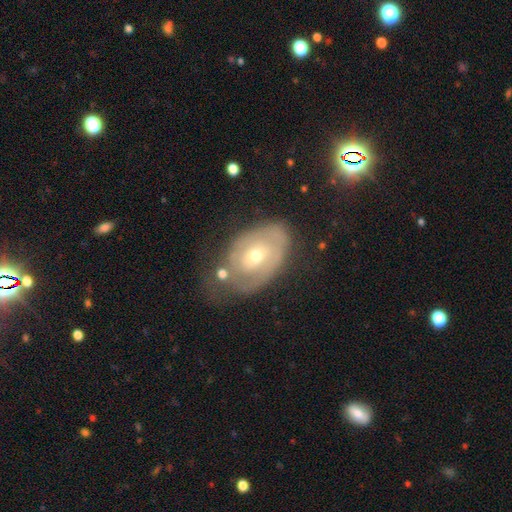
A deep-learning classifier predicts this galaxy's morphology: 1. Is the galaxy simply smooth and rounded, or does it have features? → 60% featured or disk, 32% smooth, 7% star or artifact.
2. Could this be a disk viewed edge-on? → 93% no, 7% yes.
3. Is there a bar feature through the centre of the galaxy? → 69% no, 25% weak, 6% strong.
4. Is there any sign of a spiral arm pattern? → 54% yes, 46% no.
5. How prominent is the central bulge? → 50% moderate, 45% small, 3% large, 1% none, 1% dominant.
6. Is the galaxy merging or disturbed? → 48% none, 26% minor disturbance, 17% major disturbance, 9% merger.